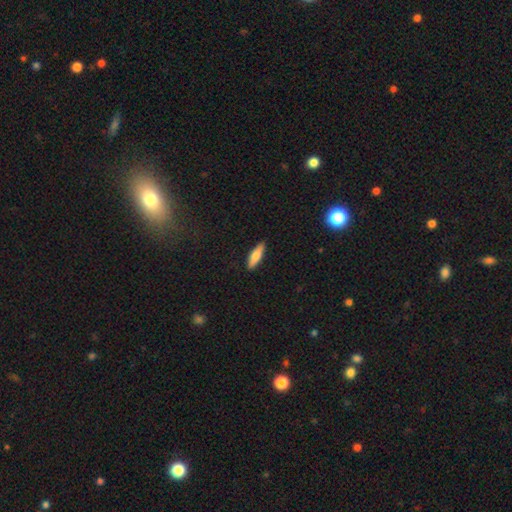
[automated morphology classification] Q: Smooth or featured?
A: smooth (67%); runner-up: featured or disk (27%)
Q: How rounded?
A: cigar-shaped (63%); runner-up: in between (35%)
Q: Merging?
A: none (90%); runner-up: minor disturbance (8%)